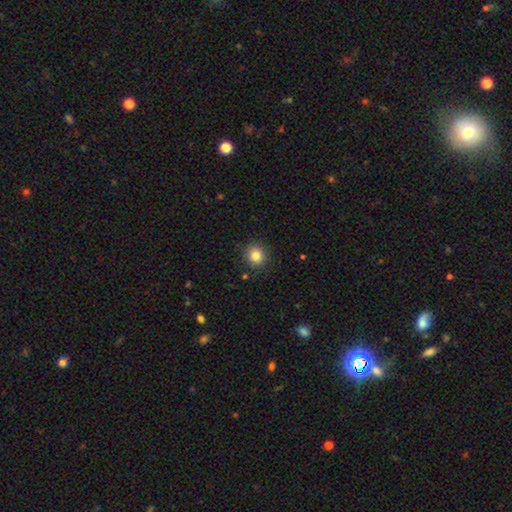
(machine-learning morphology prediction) A smooth galaxy with no disk features (83%) that is round (87%). Merging: none (88%).